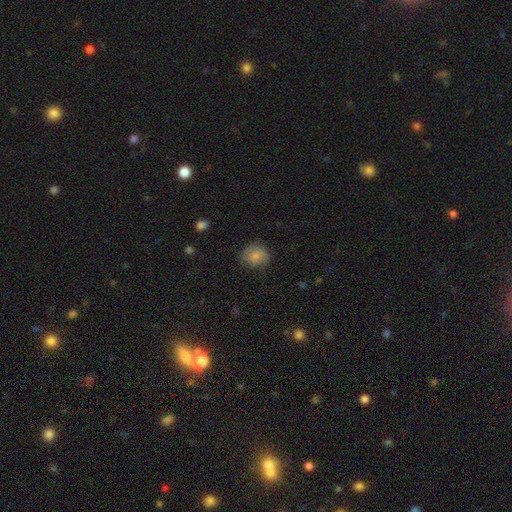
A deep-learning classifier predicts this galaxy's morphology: Smooth or featured? smooth (83%)
How rounded? round (70%)
Merging? none (72%)